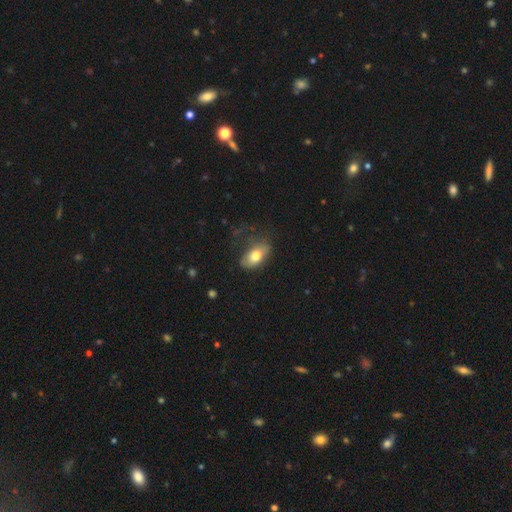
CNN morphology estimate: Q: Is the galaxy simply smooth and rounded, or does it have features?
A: smooth — 73%.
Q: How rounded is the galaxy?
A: in between — 89%.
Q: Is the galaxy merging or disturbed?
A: none — 47%.